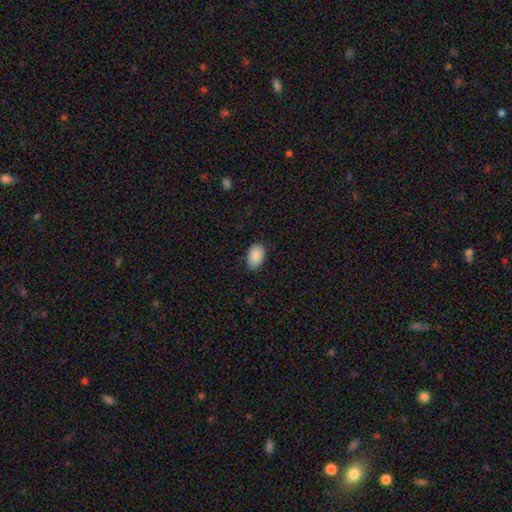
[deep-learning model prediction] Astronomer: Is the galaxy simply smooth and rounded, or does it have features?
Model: smooth — 89%.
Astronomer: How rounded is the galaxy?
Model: in between — 89%.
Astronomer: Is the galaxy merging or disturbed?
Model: none — 85%.